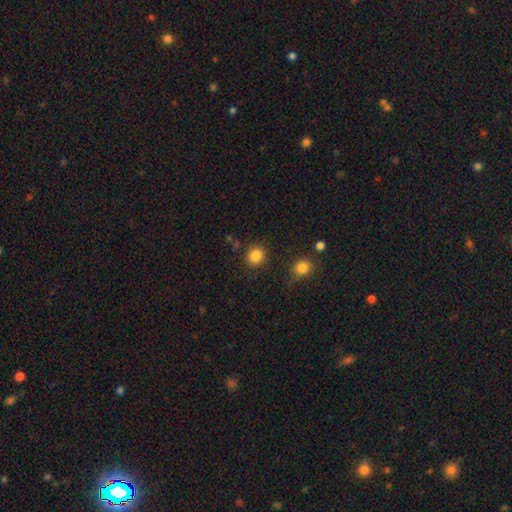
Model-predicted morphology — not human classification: Smooth or featured?
  - smooth: 85% *
  - star or artifact: 10%
  - featured or disk: 4%
How rounded?
  - round: 84% *
  - in between: 15%
  - cigar-shaped: 1%
Merging?
  - none: 87% *
  - minor disturbance: 8%
  - major disturbance: 3%
  - merger: 3%